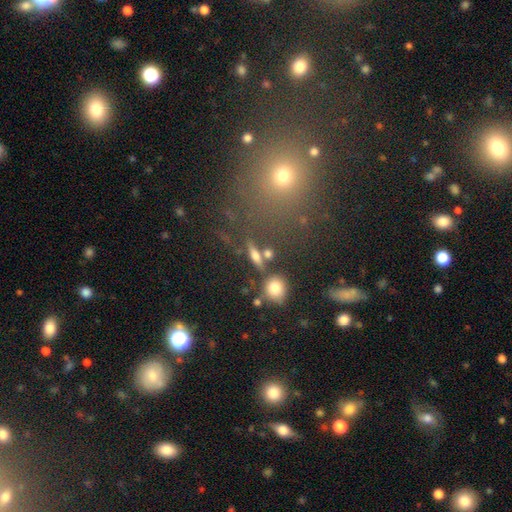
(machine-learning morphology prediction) smooth-or-featured: smooth: 48% | featured or disk: 38% | star or artifact: 15%
  merging: none: 69% | minor disturbance: 13% | merger: 11% | major disturbance: 7%